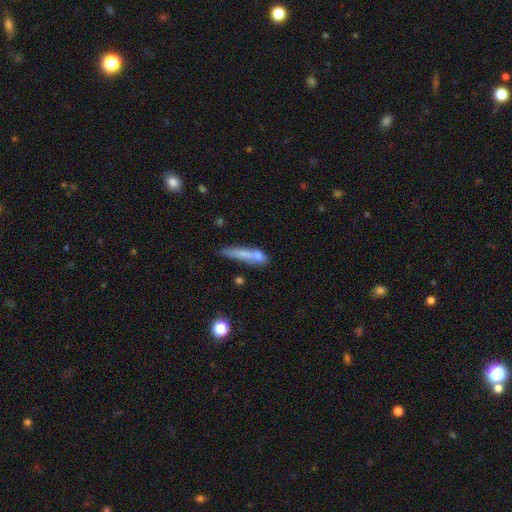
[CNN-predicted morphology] smooth 64%, featured or disk 28%, star or artifact 8%. Down the decision tree: how rounded — cigar-shaped (81%); merging — none (47%).